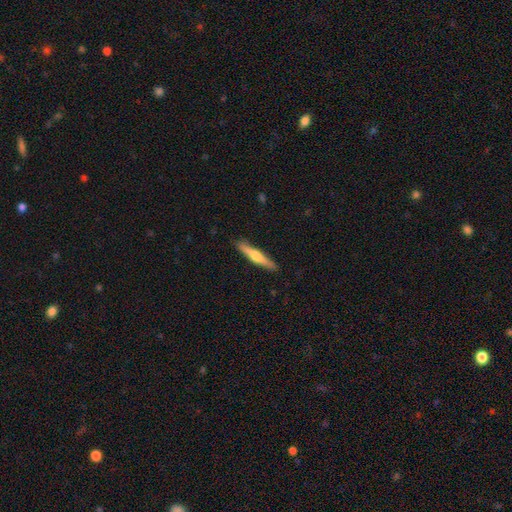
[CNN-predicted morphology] This appears to be a featured or disk galaxy (49%). Merging: none (90%).